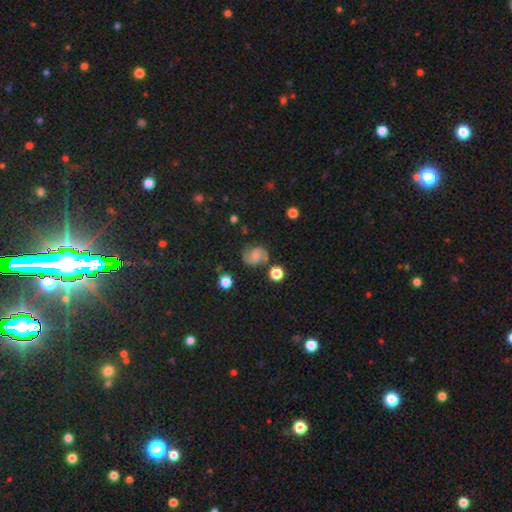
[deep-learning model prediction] Smooth or featured? featured or disk (62%)
Edge-on disk? no (98%)
Bar? no (51%)
Spiral arms? yes (94%)
Spiral winding? medium (50%)
Spiral arm count? 2 (91%)
Bulge size? small (38%)
Merging? none (73%)